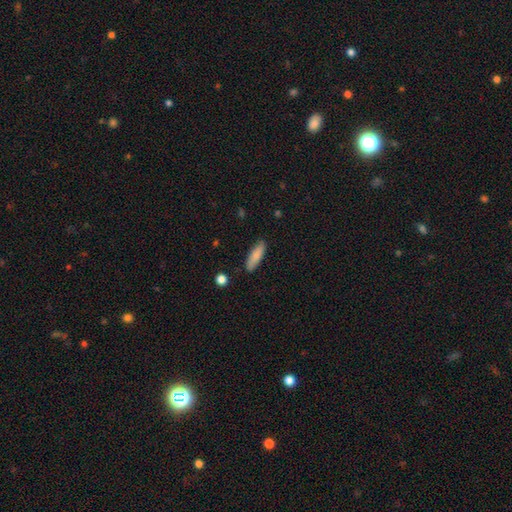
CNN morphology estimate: This appears to be a smooth galaxy with no disk features (84%) that is cigar-shaped (53%). Merging: none (85%).